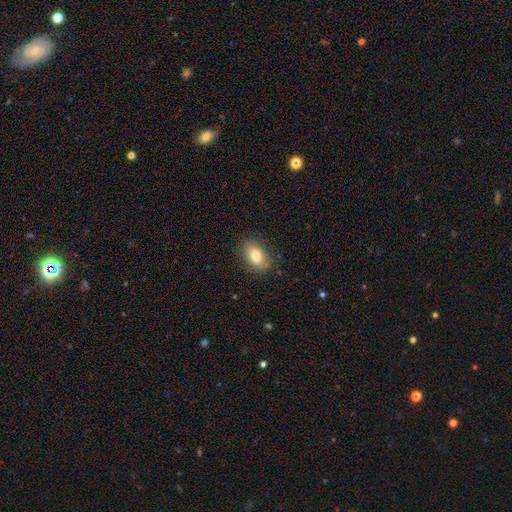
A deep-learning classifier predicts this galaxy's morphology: This is likely a smooth galaxy (79%). How rounded: clearly in between (84%). Merging: clearly none (83%).